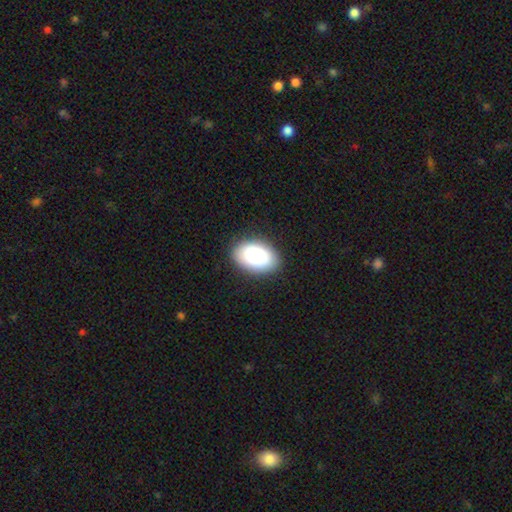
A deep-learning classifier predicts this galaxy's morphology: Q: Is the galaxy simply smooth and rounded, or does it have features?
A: smooth — 86%.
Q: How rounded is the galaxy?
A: in between — 91%.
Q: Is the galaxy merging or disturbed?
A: none — 88%.